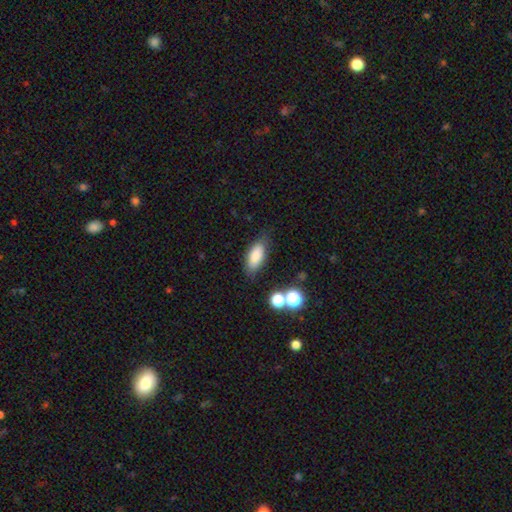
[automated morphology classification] This appears to be a smooth galaxy with no disk features (82%) that is in between round and cigar-shaped (81%). Merging: none (76%).